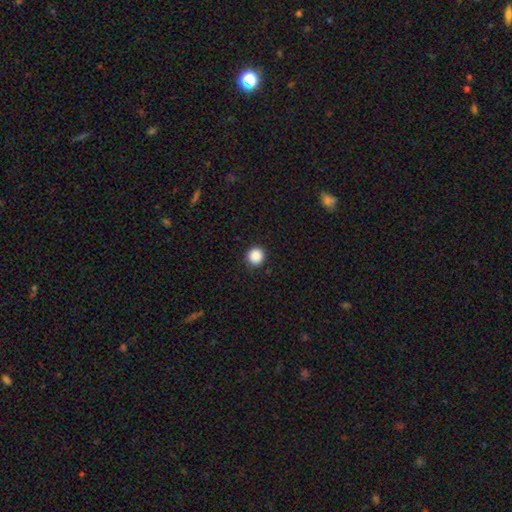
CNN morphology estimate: A smooth galaxy with no disk features (88%) that is round (94%).

Vote fractions:
- Smooth or featured? smooth: 88% / star or artifact: 9% / featured or disk: 2%
- How rounded? round: 94% / in between: 5% / cigar-shaped: 1%
- Merging? none: 91% / minor disturbance: 6% / major disturbance: 2% / merger: 1%